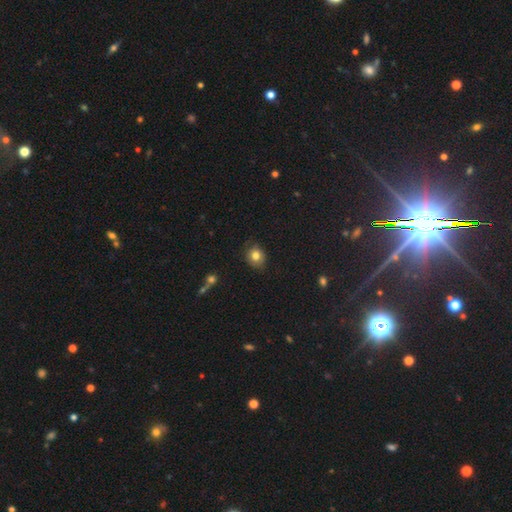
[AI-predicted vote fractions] This is likely a smooth galaxy (80%). How rounded: likely round (64%). Merging: likely none (79%).